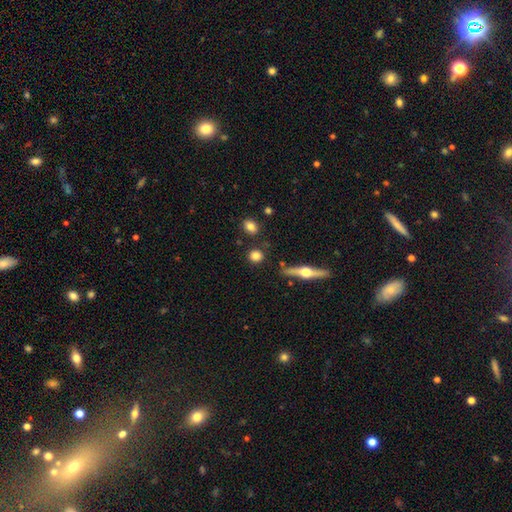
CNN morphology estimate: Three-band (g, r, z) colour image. It shows a smooth galaxy with no disk features (80%) that is round (81%). Merging: none (84%).